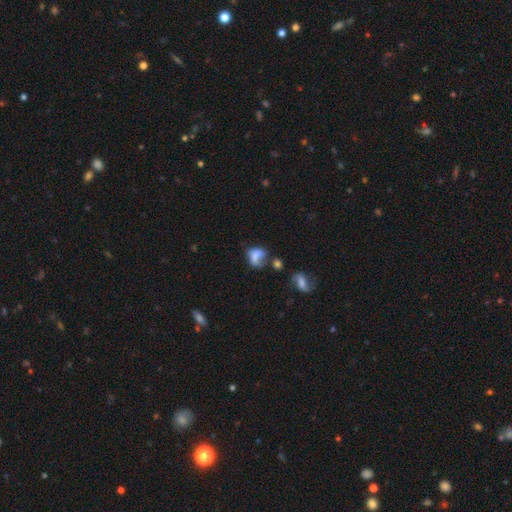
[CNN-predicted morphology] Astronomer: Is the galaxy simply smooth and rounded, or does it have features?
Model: smooth — 61%.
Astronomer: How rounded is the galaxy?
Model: in between — 65%.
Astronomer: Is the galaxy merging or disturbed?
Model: none — 29% (runner-up: major disturbance, 26%).